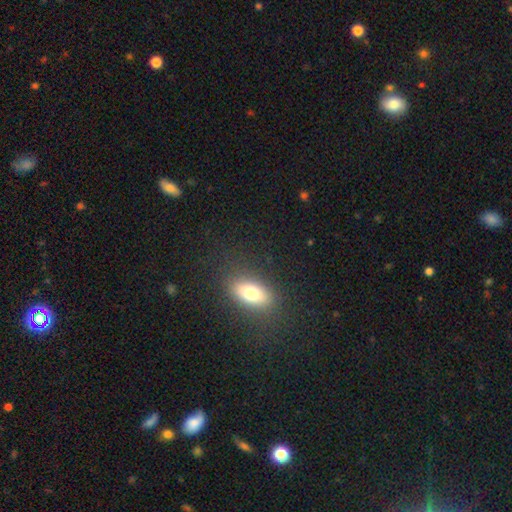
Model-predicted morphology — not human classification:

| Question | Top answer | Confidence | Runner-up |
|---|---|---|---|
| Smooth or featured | smooth | 71% | star or artifact (16%) |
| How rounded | in between | 78% | cigar-shaped (11%) |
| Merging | none | 86% | minor disturbance (9%) |